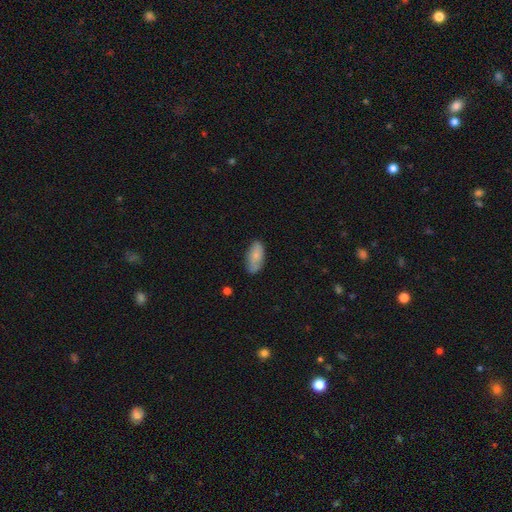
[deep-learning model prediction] Smooth or featured?
  - smooth: 78% *
  - featured or disk: 16%
  - star or artifact: 6%
How rounded?
  - in between: 91% *
  - cigar-shaped: 6%
  - round: 3%
Merging?
  - none: 75% *
  - minor disturbance: 20%
  - major disturbance: 4%
  - merger: 2%